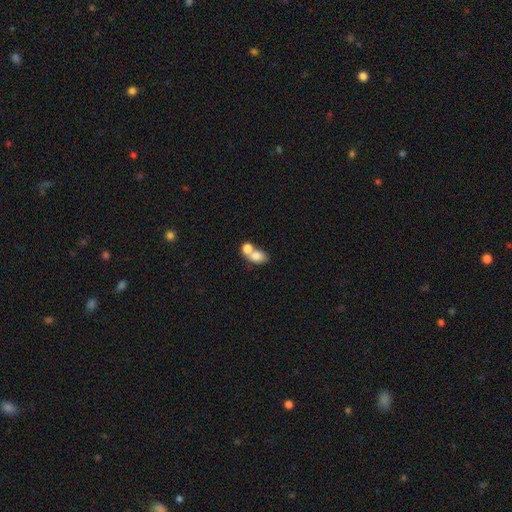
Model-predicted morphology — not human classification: Smooth or featured?
  - smooth: 76% *
  - featured or disk: 15%
  - star or artifact: 9%
How rounded?
  - in between: 69% *
  - round: 29%
  - cigar-shaped: 2%
Merging?
  - merger: 63% *
  - none: 26%
  - minor disturbance: 7%
  - major disturbance: 4%